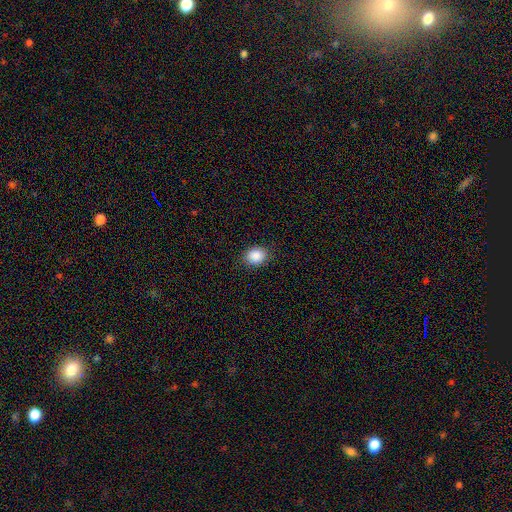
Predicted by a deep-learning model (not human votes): Q: Smooth or featured?
A: smooth (88%); runner-up: star or artifact (8%)
Q: How rounded?
A: round (53%); runner-up: in between (46%)
Q: Merging?
A: none (87%); runner-up: minor disturbance (10%)